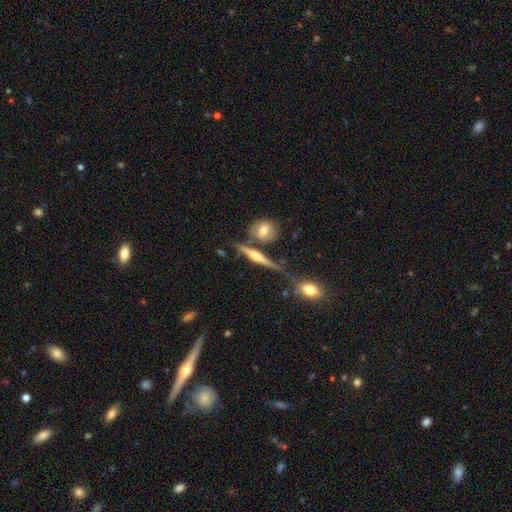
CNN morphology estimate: type=featured or disk (69%); edge-on=yes (94%); edge-on bulge=rounded (85%); merging=none (68%).